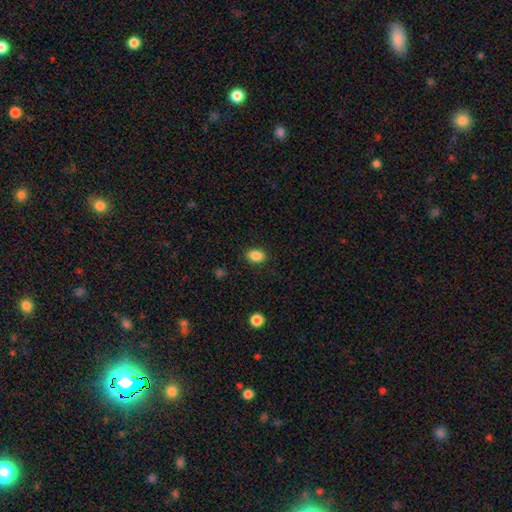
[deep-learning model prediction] Smooth or featured: smooth — 87% (star or artifact — 9%)
How rounded: in between — 79% (round — 20%)
Merging: none — 88% (minor disturbance — 9%)